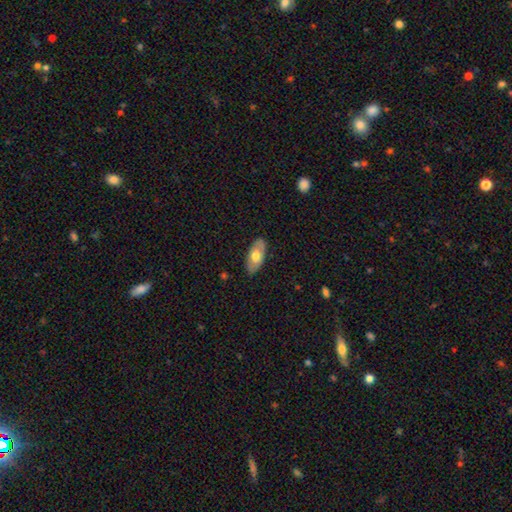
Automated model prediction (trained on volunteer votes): This appears to be a smooth galaxy with no disk features (60%) that is in between round and cigar-shaped (91%). Merging: none (86%).